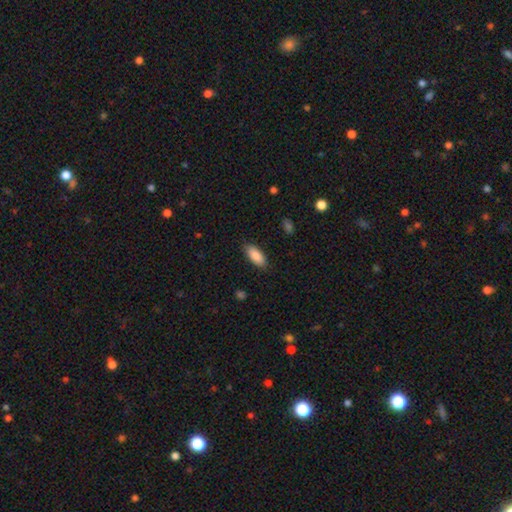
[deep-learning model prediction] Smooth or featured? Predicted: smooth (p=0.89). How rounded? Predicted: in between (p=0.88). Merging? Predicted: none (p=0.87).